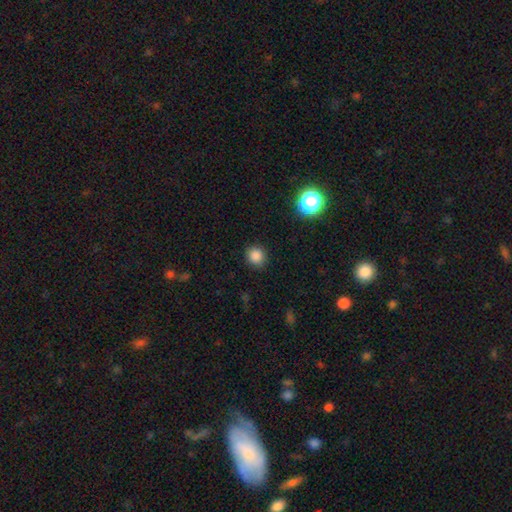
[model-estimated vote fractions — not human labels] This appears to be a smooth galaxy with no disk features (84%) that is round (85%). Merging: none (89%).